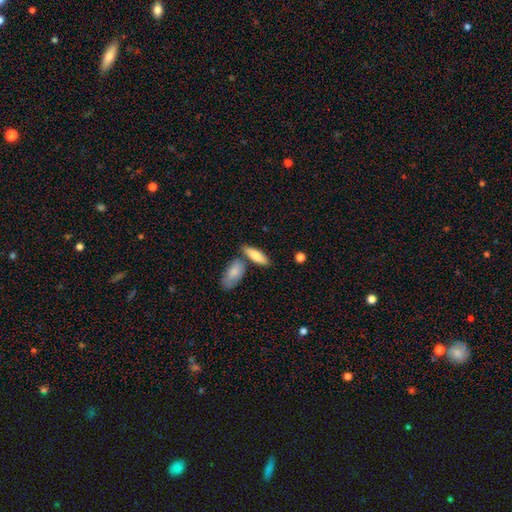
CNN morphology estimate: Q: Smooth or featured?
A: smooth (80%); runner-up: featured or disk (14%)
Q: How rounded?
A: in between (59%); runner-up: cigar-shaped (38%)
Q: Merging?
A: none (64%); runner-up: merger (21%)